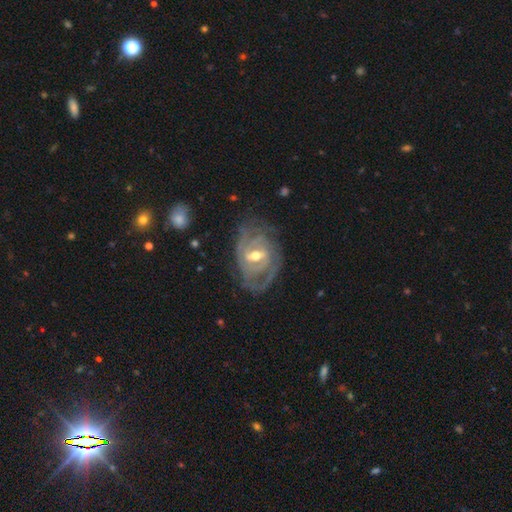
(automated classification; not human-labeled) This is clearly a featured or disk galaxy (86%). It is clearly not viewed edge-on (95%). Bar: possibly weak (50%). Spiral arm pattern: clearly yes (89%). Spiral arm count: marginally 2 (36%). Spiral winding: possibly tight (56%). Central bulge: likely moderate (70%). Merging: likely none (65%).